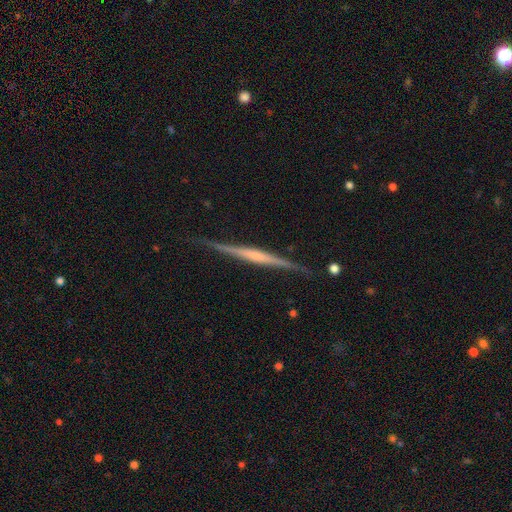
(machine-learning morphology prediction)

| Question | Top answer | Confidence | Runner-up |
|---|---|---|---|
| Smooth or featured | featured or disk | 76% | smooth (18%) |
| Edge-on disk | yes | 98% | no (2%) |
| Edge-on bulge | none | 44% | rounded (36%) |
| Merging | none | 85% | minor disturbance (11%) |